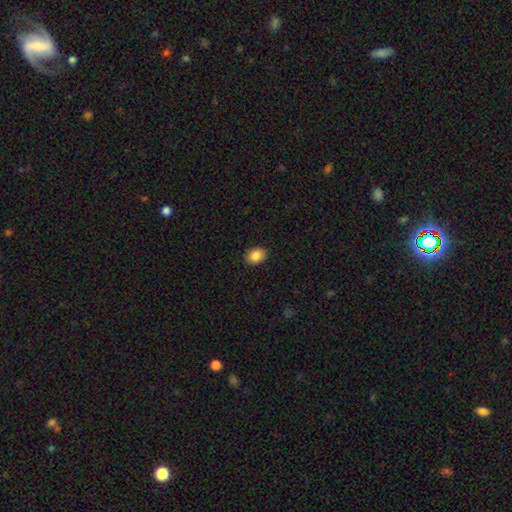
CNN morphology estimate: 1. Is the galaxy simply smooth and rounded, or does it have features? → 86% smooth, 9% star or artifact, 6% featured or disk.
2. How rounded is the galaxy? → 62% in between, 37% round, 1% cigar-shaped.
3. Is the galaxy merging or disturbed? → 90% none, 7% minor disturbance, 2% major disturbance, 1% merger.